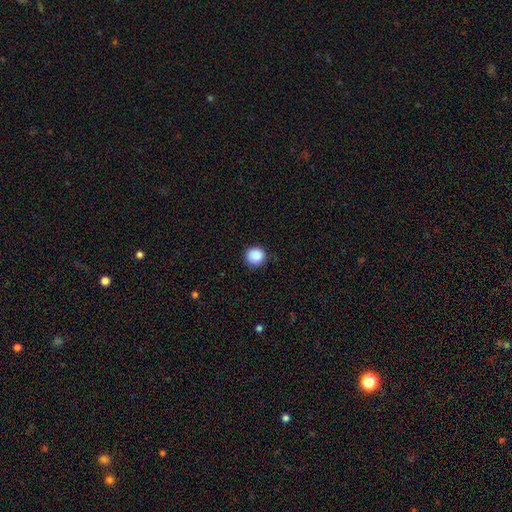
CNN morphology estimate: The model was most divided on "smooth or featured": smooth: 88%, star or artifact: 9%, featured or disk: 3%. More confident: how rounded — round (94%); merging — none (88%).